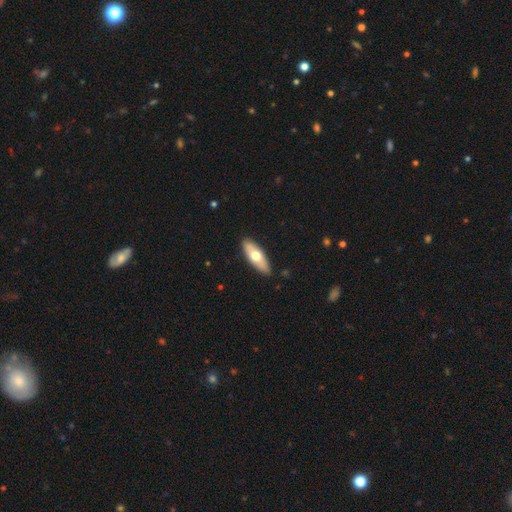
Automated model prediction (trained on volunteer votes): This appears to be a smooth galaxy with no disk features (60%) that is in between round and cigar-shaped (66%). Merging: none (87%).